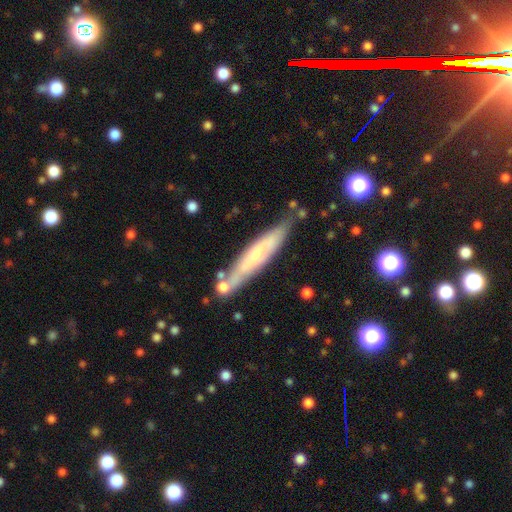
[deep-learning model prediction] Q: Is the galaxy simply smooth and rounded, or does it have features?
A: smooth — 47%.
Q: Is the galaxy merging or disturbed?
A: none — 73%.